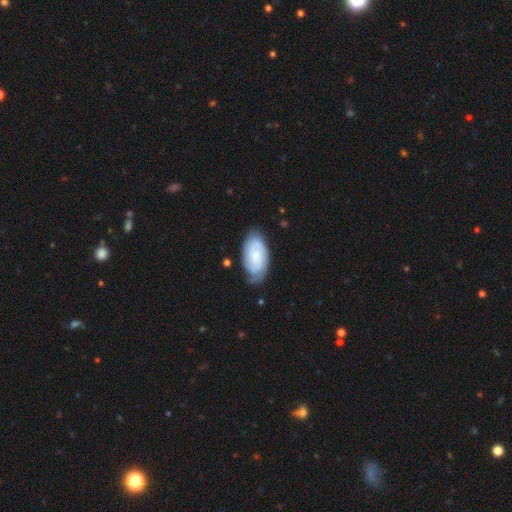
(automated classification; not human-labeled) Smooth or featured? Predicted: featured or disk (p=0.62). Edge-on disk? Predicted: no (p=0.96). Bar? Predicted: no (p=0.63). Spiral arms? Predicted: yes (p=0.93). Spiral winding? Predicted: tight (p=0.56). Spiral arm count? Predicted: 2 (p=0.54). Bulge size? Predicted: small (p=0.52). Merging? Predicted: none (p=0.75).